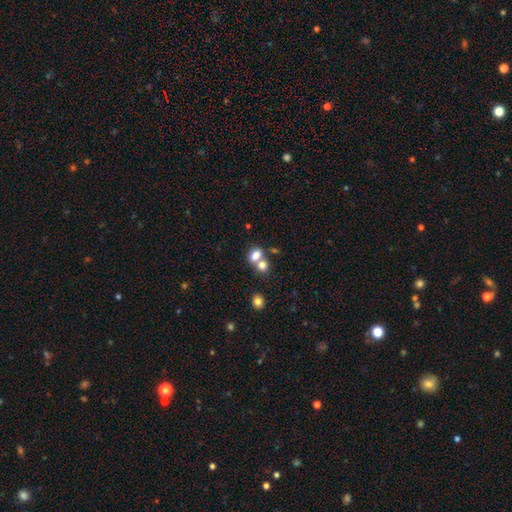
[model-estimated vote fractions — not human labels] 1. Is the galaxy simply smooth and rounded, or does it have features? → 79% smooth, 11% star or artifact, 10% featured or disk.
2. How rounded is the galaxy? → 65% in between, 34% round, 1% cigar-shaped.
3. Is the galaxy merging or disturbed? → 51% merger, 37% none, 8% minor disturbance, 4% major disturbance.